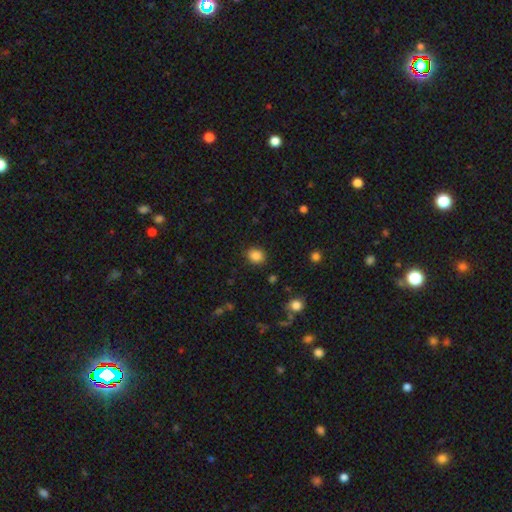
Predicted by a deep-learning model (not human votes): Smooth or featured? smooth (85%)
How rounded? round (74%)
Merging? none (88%)